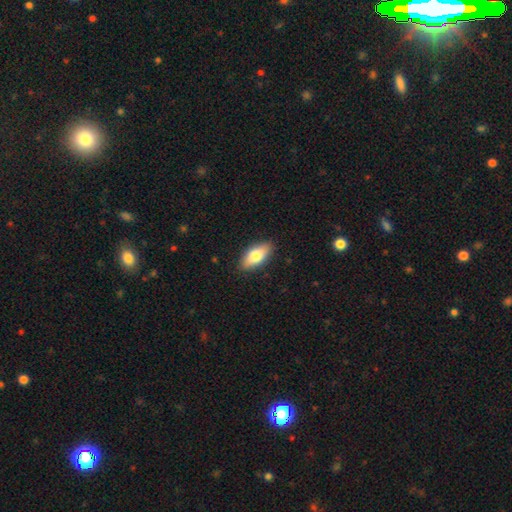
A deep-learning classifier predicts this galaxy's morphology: Smooth or featured? Predicted: smooth (p=0.76). How rounded? Predicted: in between (p=0.86). Merging? Predicted: none (p=0.88).